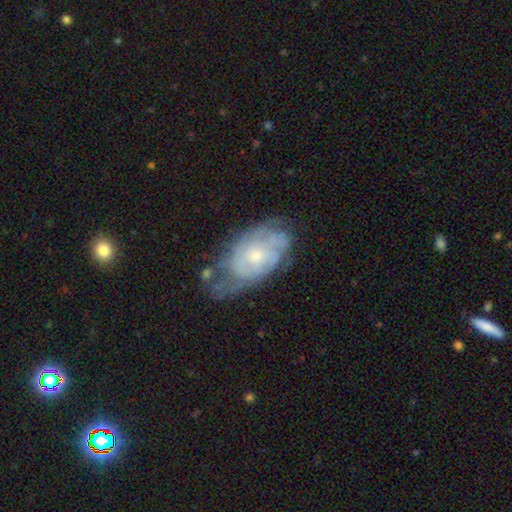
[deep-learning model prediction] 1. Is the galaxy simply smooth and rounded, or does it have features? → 74% featured or disk, 19% smooth, 7% star or artifact.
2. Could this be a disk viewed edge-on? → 95% no, 5% yes.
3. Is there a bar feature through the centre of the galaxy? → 77% no, 20% weak, 3% strong.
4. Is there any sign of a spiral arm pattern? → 82% yes, 18% no.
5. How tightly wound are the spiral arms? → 64% tight, 28% medium, 9% loose.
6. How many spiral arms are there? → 59% can't tell, 16% 2, 10% 3, 8% 4, 4% more than 4, 4% 1.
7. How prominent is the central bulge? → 57% small, 37% moderate, 2% none, 2% large, 1% dominant.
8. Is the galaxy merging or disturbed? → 51% none, 30% minor disturbance, 16% major disturbance, 4% merger.